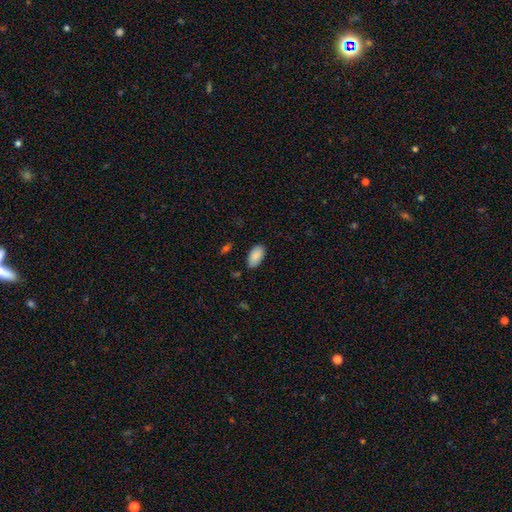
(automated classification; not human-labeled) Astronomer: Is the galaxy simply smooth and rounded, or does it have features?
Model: smooth — 89%.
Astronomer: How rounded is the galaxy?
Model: in between — 95%.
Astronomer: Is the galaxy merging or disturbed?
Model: none — 83%.